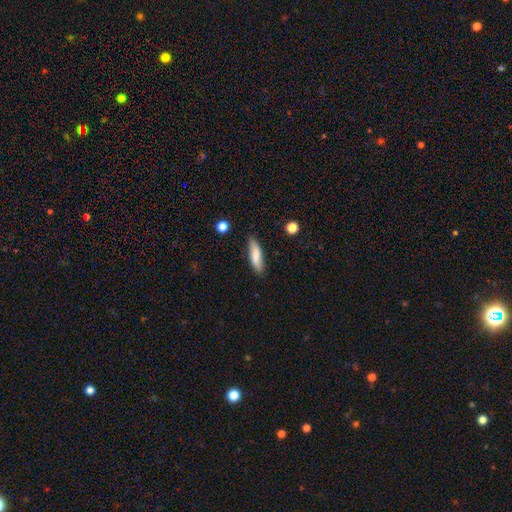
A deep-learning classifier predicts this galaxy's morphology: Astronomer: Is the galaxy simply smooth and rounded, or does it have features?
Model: smooth — 79%.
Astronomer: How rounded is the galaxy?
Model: cigar-shaped — 61% (runner-up: in between, 37%).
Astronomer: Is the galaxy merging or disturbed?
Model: none — 84%.